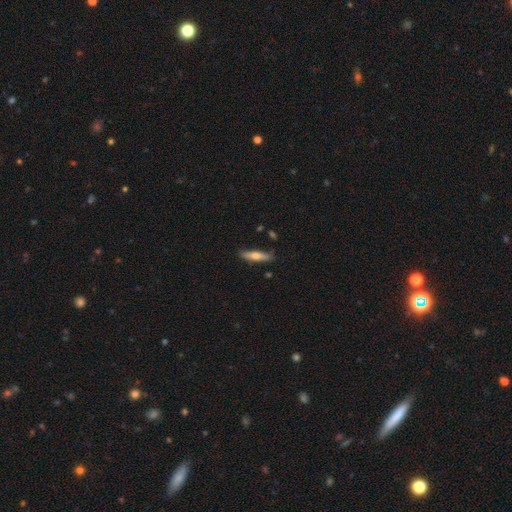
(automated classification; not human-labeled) A smooth galaxy with no disk features (58%) that is cigar-shaped (76%). Merging: none (80%).